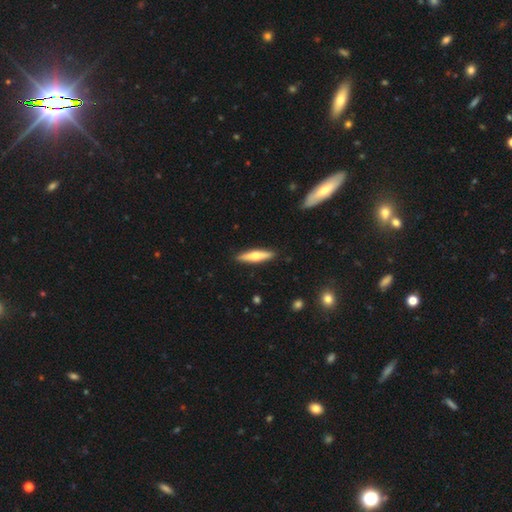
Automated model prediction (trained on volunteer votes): A featured or disk galaxy (51%) viewed edge-on (94%).

Vote fractions:
- Smooth or featured? featured or disk: 51% / smooth: 44% / star or artifact: 5%
- Edge-on disk? yes: 94% / no: 6%
- Merging? none: 91% / minor disturbance: 7% / major disturbance: 1% / merger: 1%